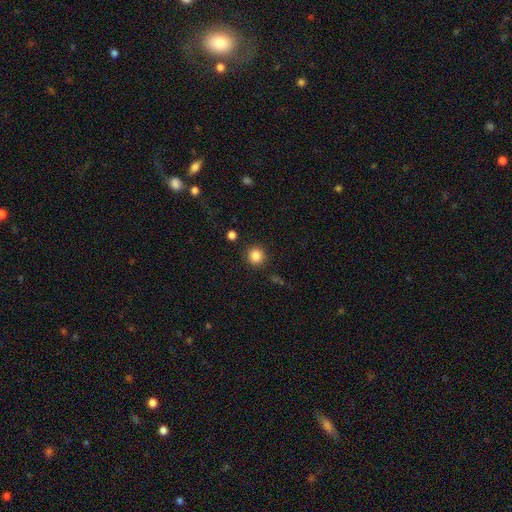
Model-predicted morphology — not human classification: A smooth galaxy with no disk features (85%) that is round (94%).

Vote fractions:
- Smooth or featured? smooth: 85% / star or artifact: 11% / featured or disk: 4%
- How rounded? round: 94% / in between: 5% / cigar-shaped: 1%
- Merging? none: 90% / minor disturbance: 6% / major disturbance: 2% / merger: 2%